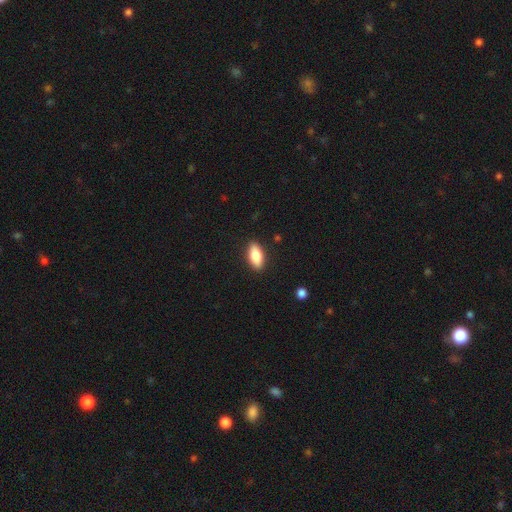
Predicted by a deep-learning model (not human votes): Overall: smooth (81%). How rounded: in between (84%). Merging: none (88%).